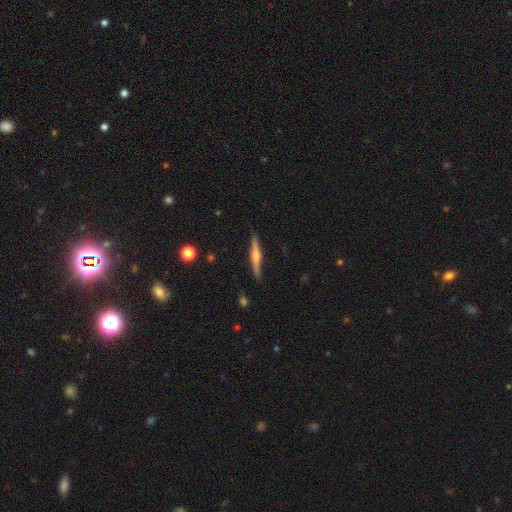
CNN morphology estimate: smooth-or-featured: featured or disk: 64% | smooth: 30% | star or artifact: 6%
  disk-edge-on: yes: 98% | no: 2%
    edge-on-bulge: rounded: 73% | none: 14% | boxy: 14%
  merging: none: 89% | minor disturbance: 8% | major disturbance: 2% | merger: 1%